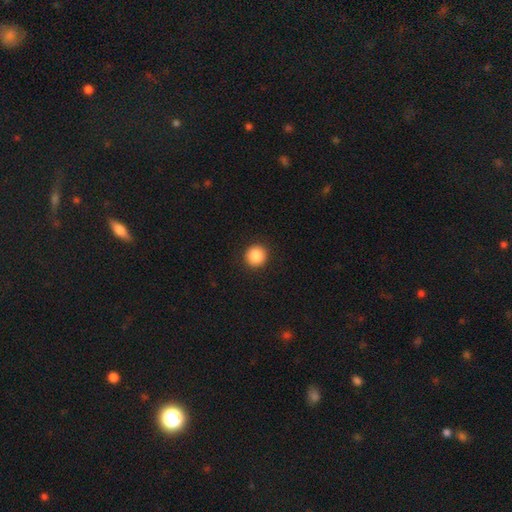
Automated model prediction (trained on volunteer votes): This is clearly a smooth galaxy (86%). How rounded: clearly round (93%). Merging: clearly none (92%).